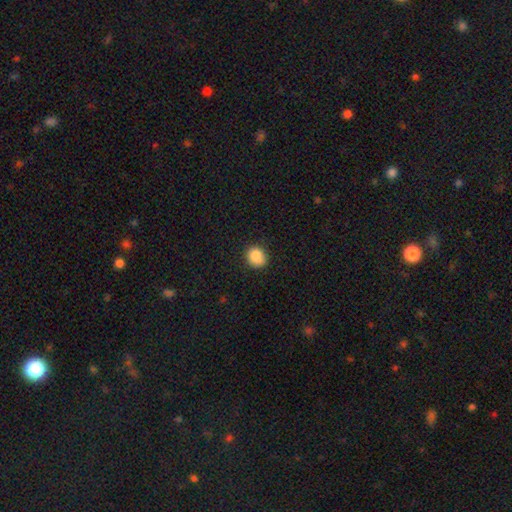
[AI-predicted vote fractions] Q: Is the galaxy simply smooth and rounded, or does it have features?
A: smooth — 86%.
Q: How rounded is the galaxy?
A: round — 73%.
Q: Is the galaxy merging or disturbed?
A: none — 78%.